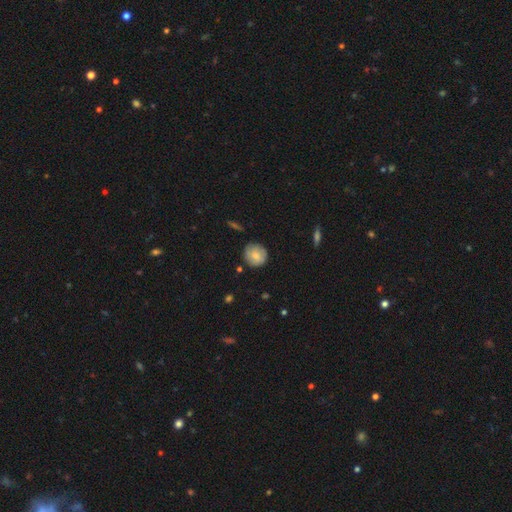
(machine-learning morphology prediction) Smooth or featured? smooth (75%)
How rounded? round (87%)
Merging? none (78%)